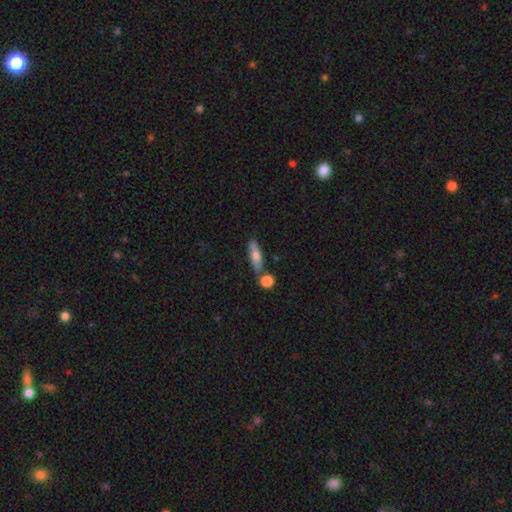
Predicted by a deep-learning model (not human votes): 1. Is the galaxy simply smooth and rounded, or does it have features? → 66% smooth, 27% featured or disk, 7% star or artifact.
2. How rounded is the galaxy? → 59% cigar-shaped, 37% in between, 4% round.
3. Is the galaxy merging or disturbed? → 69% none, 14% merger, 13% minor disturbance, 4% major disturbance.